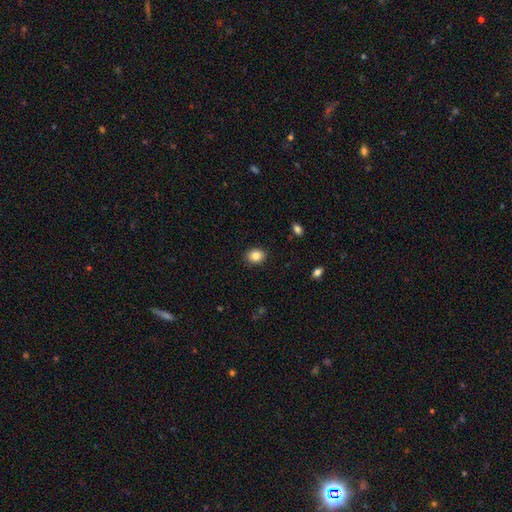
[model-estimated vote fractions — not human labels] A smooth galaxy with no disk features (85%) that is round (51%).

Vote fractions:
- Smooth or featured? smooth: 85% / star or artifact: 9% / featured or disk: 6%
- How rounded? round: 51% / in between: 48% / cigar-shaped: 1%
- Merging? none: 90% / minor disturbance: 7% / major disturbance: 2% / merger: 1%